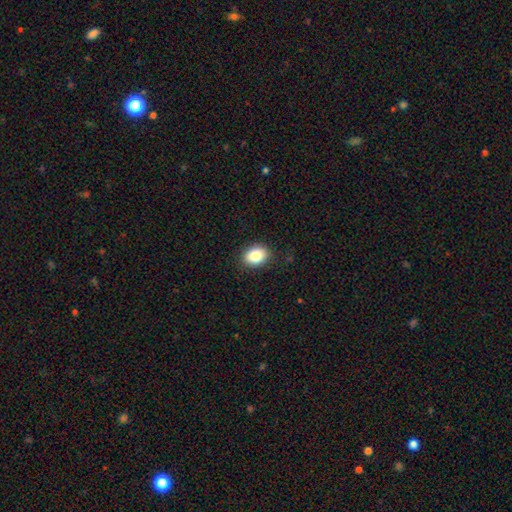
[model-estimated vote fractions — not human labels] Smooth or featured? smooth (84%)
How rounded? in between (64%)
Merging? none (88%)